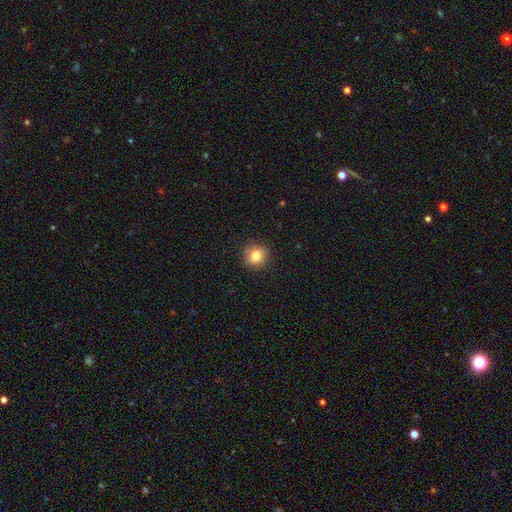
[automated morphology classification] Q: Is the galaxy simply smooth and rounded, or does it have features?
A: smooth — 83%.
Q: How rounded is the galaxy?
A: round — 84%.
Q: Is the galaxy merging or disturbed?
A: none — 86%.